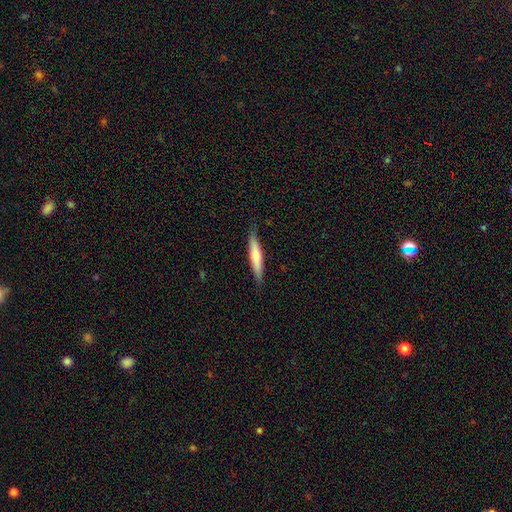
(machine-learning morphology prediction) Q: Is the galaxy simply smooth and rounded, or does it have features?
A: smooth — 61%.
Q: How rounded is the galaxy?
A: cigar-shaped — 88%.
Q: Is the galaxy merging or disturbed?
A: none — 87%.